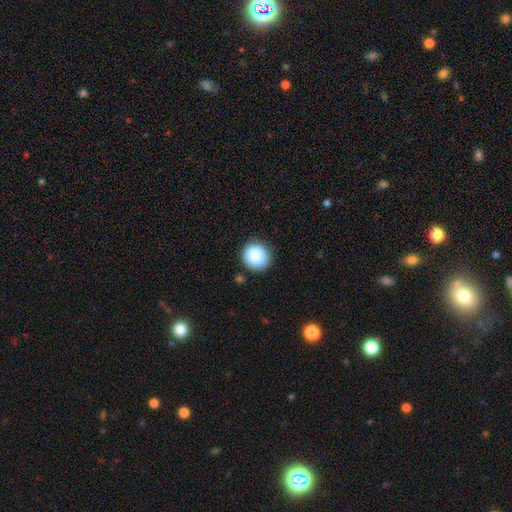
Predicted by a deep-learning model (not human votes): This appears to be a smooth galaxy with no disk features (88%) that is round (89%). Merging: none (86%).